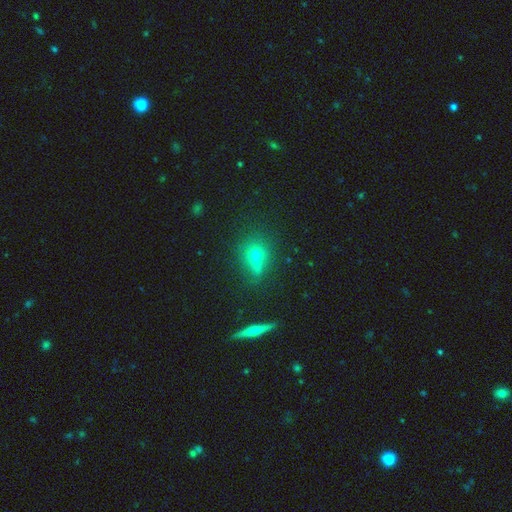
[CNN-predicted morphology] smooth 50%, star or artifact 25%, featured or disk 24%. Down the decision tree: how rounded — round (65%); merging — none (62%).